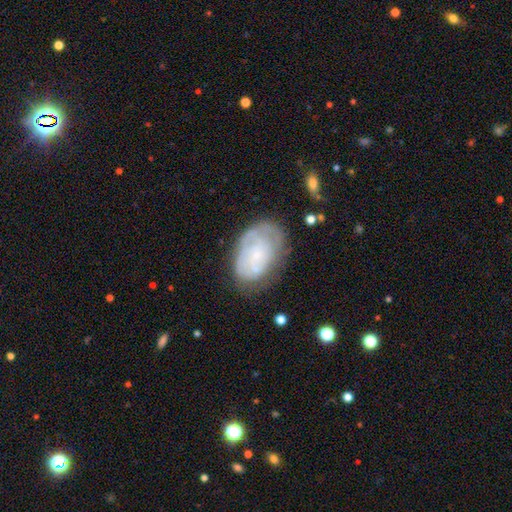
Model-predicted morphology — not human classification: Smooth or featured?
  - featured or disk: 61% *
  - smooth: 32%
  - star or artifact: 7%
Edge-on disk?
  - no: 96% *
  - yes: 4%
Bar?
  - no: 83% *
  - weak: 14%
  - strong: 3%
Spiral arms?
  - yes: 67% *
  - no: 33%
Bulge size?
  - small: 78% *
  - moderate: 12%
  - none: 7%
  - large: 2%
  - dominant: 1%
Merging?
  - none: 59% *
  - minor disturbance: 26%
  - major disturbance: 13%
  - merger: 3%